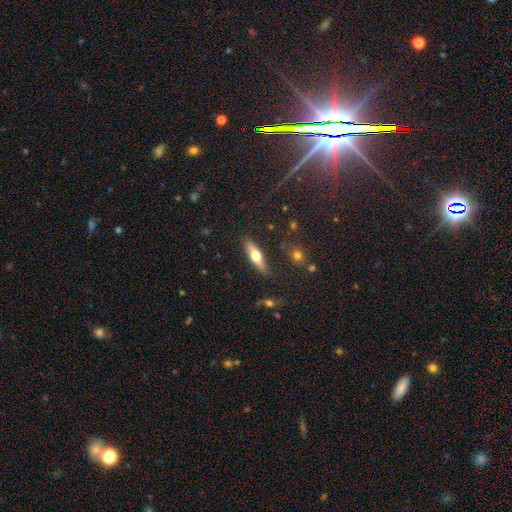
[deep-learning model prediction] This appears to be a smooth galaxy with no disk features (47%, tied with featured or disk). Merging: none (84%).